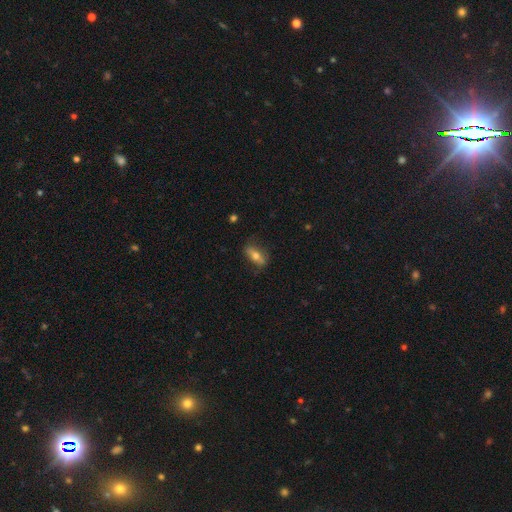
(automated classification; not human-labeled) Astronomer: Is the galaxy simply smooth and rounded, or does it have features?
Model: smooth — 63%.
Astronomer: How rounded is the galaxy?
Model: in between — 71%.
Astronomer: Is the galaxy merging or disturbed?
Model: none — 76%.